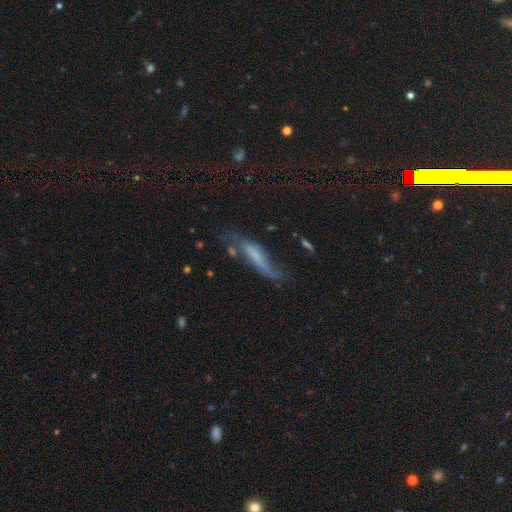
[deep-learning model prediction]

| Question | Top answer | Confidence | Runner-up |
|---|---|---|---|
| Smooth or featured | featured or disk | 46% | smooth (42%) |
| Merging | none | 39% | minor disturbance (28%) |